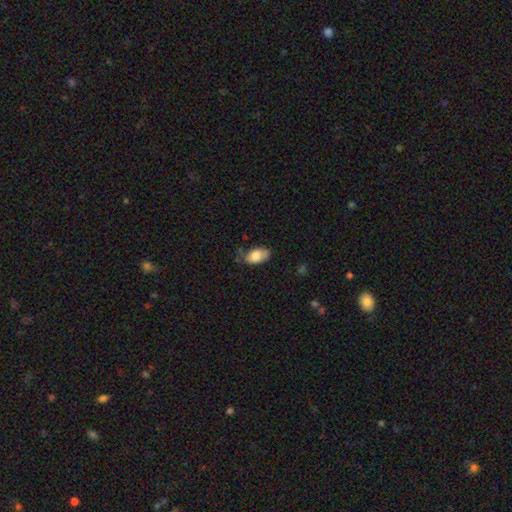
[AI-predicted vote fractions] A smooth galaxy with no disk features (81%) that is in between round and cigar-shaped (92%). Merging: none (61%).